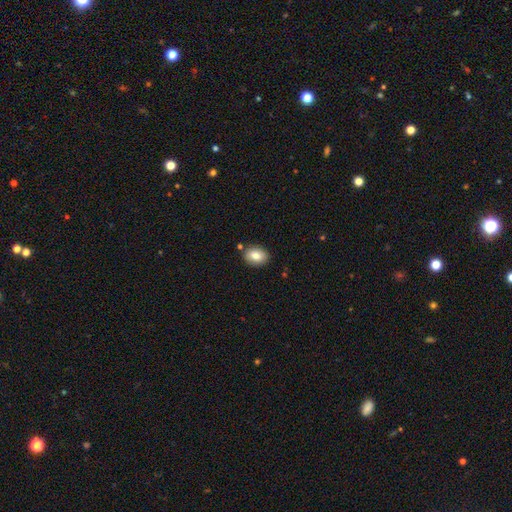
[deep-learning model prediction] Smooth or featured? smooth (81%)
How rounded? in between (66%)
Merging? none (84%)